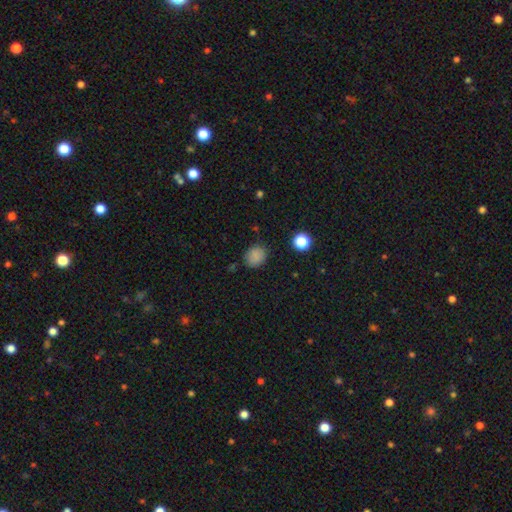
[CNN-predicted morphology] Smooth or featured? Predicted: smooth (p=0.82). How rounded? Predicted: round (p=0.65). Merging? Predicted: none (p=0.80).